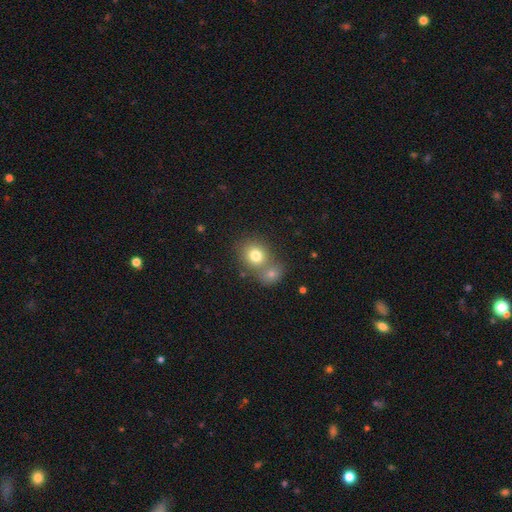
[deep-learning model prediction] Smooth or featured? smooth (77%)
How rounded? round (72%)
Merging? merger (45%)